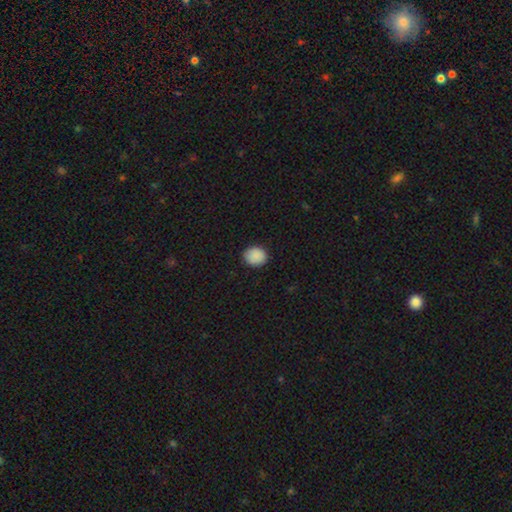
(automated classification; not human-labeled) The model was most divided on "how rounded": round: 77%, in between: 22%, cigar-shaped: 1%. More confident: merging — none (90%); smooth or featured — smooth (89%).